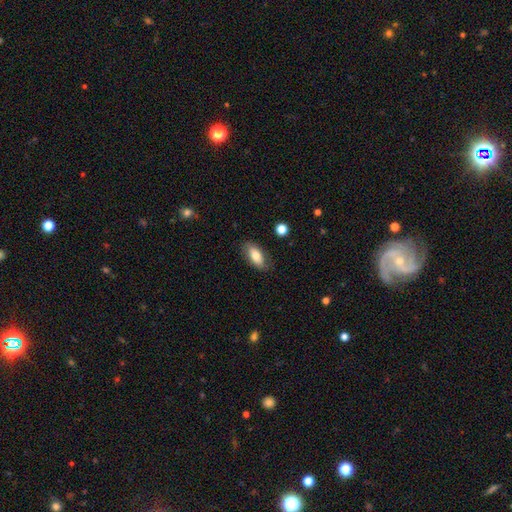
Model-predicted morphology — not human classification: smooth-or-featured: smooth: 77% | featured or disk: 16% | star or artifact: 7%
  how-rounded: in between: 87% | cigar-shaped: 10% | round: 3%
  merging: none: 80% | minor disturbance: 15% | major disturbance: 4% | merger: 2%